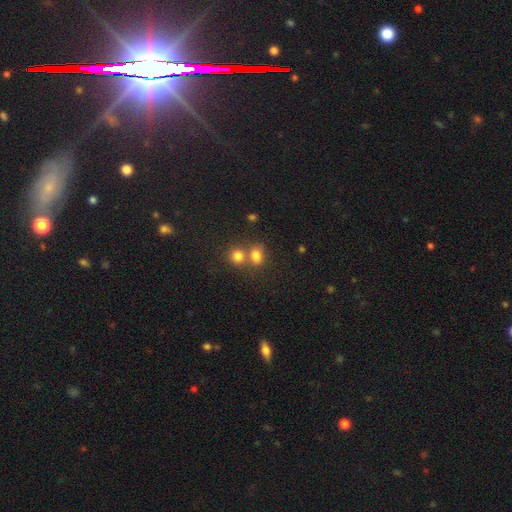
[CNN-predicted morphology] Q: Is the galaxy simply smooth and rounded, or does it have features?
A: smooth — 77%.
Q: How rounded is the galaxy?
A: in between — 56%.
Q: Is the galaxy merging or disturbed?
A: merger — 47%.